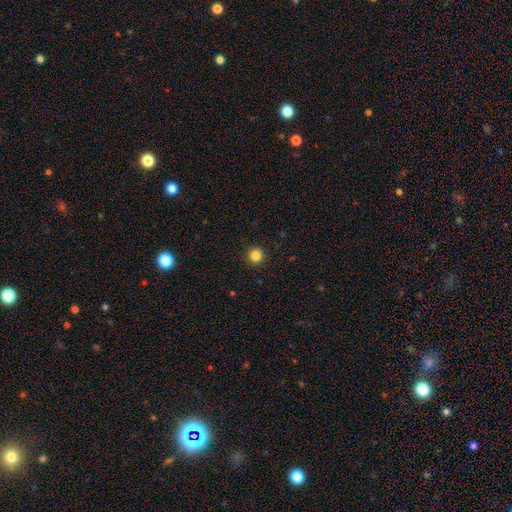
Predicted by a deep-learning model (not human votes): Overall: smooth (84%). How rounded: round (94%). Merging: none (92%).